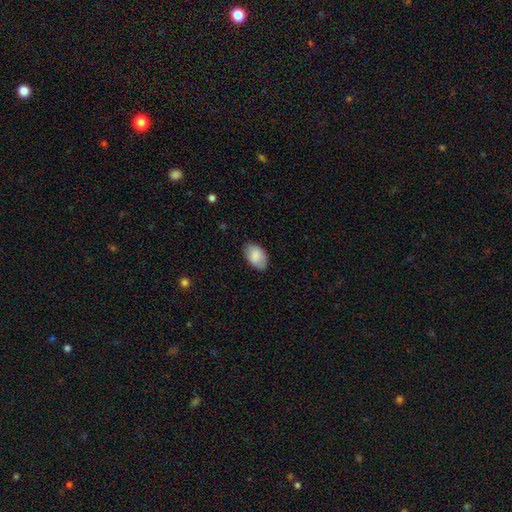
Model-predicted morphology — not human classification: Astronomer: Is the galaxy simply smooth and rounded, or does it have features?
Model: smooth — 87%.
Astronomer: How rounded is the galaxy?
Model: in between — 92%.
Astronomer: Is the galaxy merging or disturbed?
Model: none — 82%.